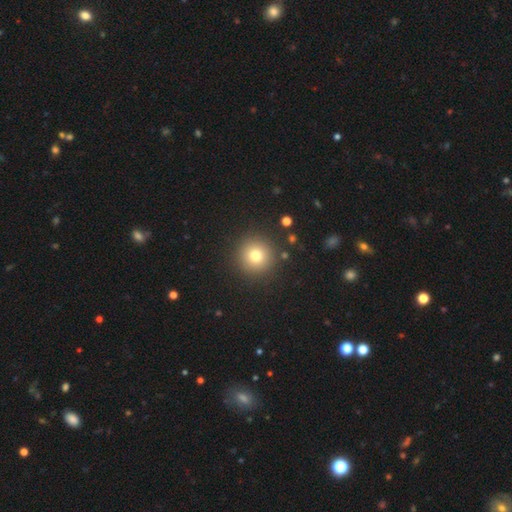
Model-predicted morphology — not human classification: Smooth or featured? Predicted: smooth (p=0.76). How rounded? Predicted: round (p=0.95). Merging? Predicted: none (p=0.89).